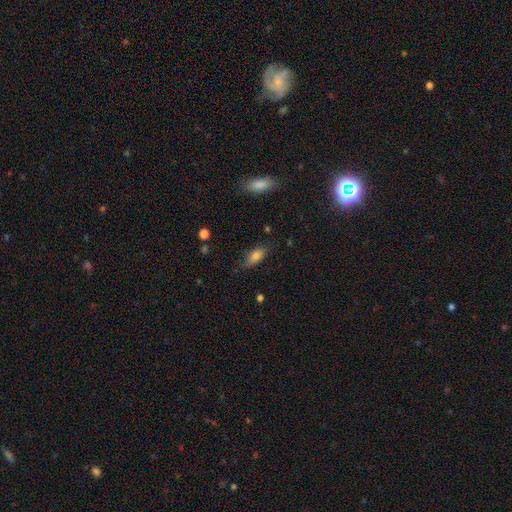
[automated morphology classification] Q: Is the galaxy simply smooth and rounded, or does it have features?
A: smooth — 78%.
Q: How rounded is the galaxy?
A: in between — 80%.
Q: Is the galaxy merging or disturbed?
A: none — 75%.